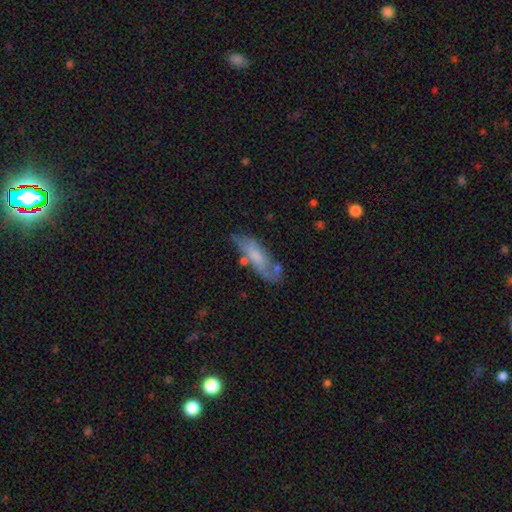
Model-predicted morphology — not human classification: Overall: smooth (51%; featured or disk 42%). How rounded: in between (51%; cigar-shaped 47%). Merging: none (57%; minor disturbance 24%).